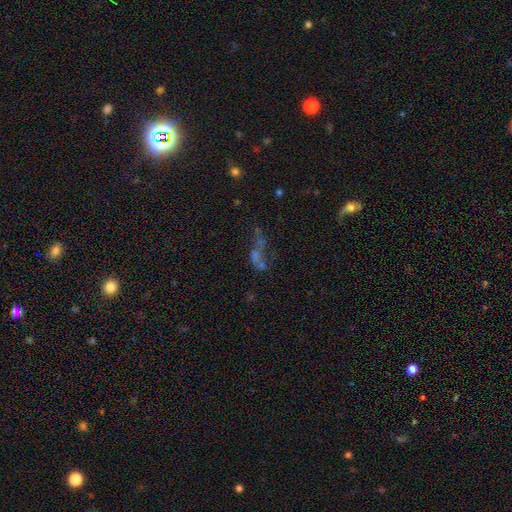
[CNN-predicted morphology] Smooth or featured? featured or disk (35%)
Merging? merger (36%)